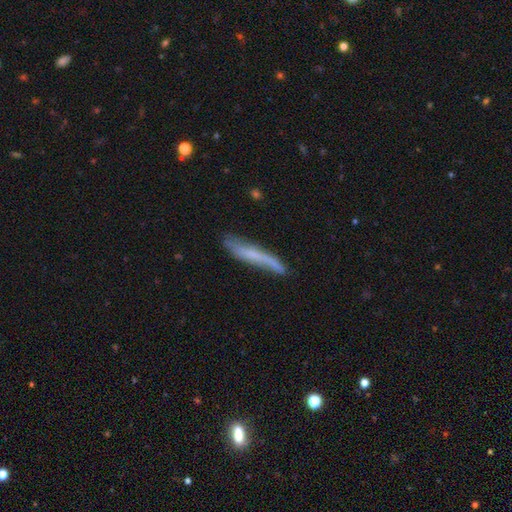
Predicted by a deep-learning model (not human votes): Smooth or featured? featured or disk (50%)
Edge-on disk? yes (63%)
Merging? none (58%)